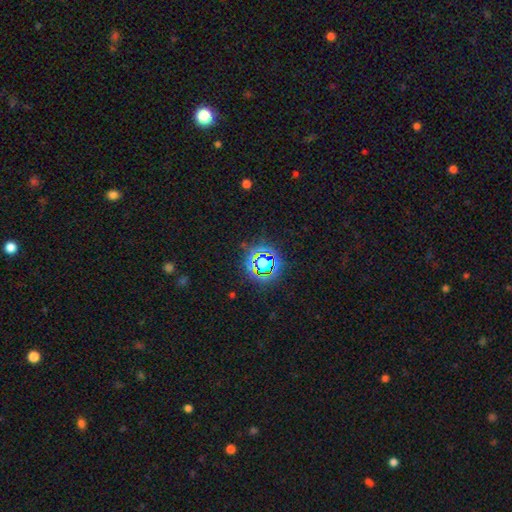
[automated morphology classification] A star or artifact, not a galaxy (75%).

Vote fractions:
- Smooth or featured? star or artifact: 75% / smooth: 17% / featured or disk: 8%